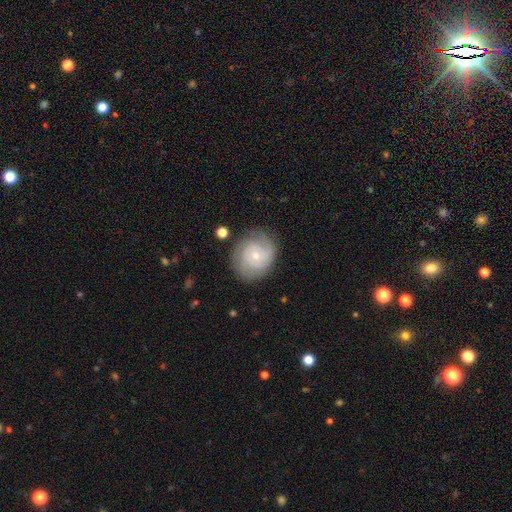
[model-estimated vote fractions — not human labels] Q: Smooth or featured?
A: featured or disk (70%); runner-up: smooth (24%)
Q: Edge-on disk?
A: no (98%); runner-up: yes (2%)
Q: Bar?
A: no (74%); runner-up: weak (23%)
Q: Spiral arms?
A: yes (91%); runner-up: no (9%)
Q: Spiral winding?
A: tight (63%); runner-up: medium (28%)
Q: Spiral arm count?
A: 2 (34%); runner-up: can't tell (31%)
Q: Bulge size?
A: small (74%); runner-up: moderate (22%)
Q: Merging?
A: none (76%); runner-up: minor disturbance (16%)